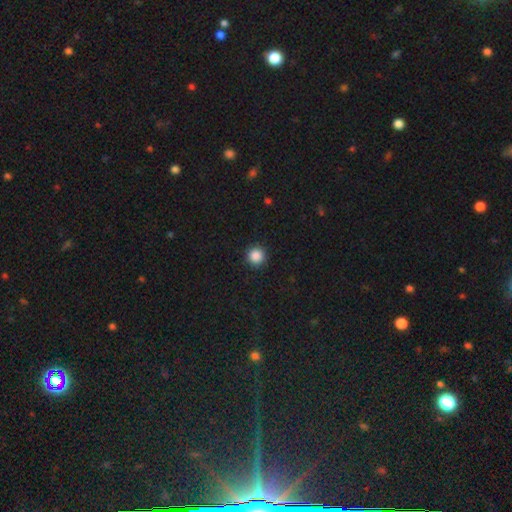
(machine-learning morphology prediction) The model was most divided on "smooth or featured": smooth: 87%, star or artifact: 11%, featured or disk: 3%. More confident: how rounded — round (96%); merging — none (93%).